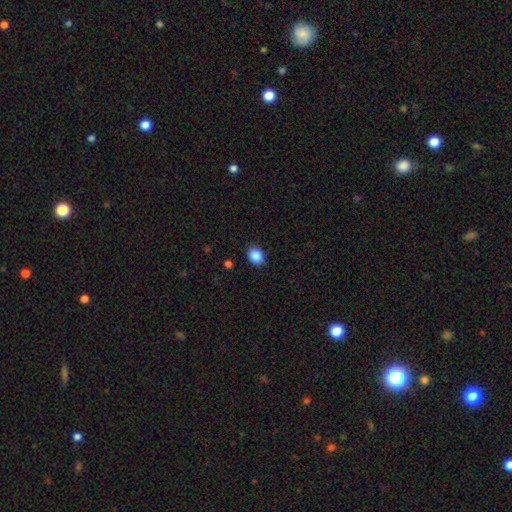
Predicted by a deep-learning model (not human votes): Smooth or featured?
  - smooth: 88% *
  - star or artifact: 9%
  - featured or disk: 3%
How rounded?
  - in between: 55% *
  - round: 44%
  - cigar-shaped: 1%
Merging?
  - none: 88% *
  - minor disturbance: 9%
  - major disturbance: 2%
  - merger: 1%